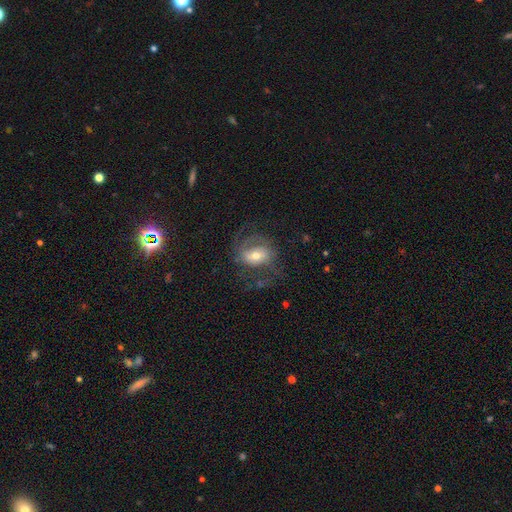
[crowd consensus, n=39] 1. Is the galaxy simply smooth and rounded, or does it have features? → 74% featured or disk, 21% smooth, 5% star or artifact.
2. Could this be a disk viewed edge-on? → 100% no, 0% yes.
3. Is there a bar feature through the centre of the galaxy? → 48% weak, 28% strong, 24% no.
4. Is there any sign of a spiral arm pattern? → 79% yes, 21% no.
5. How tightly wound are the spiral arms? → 52% medium, 43% loose, 4% tight.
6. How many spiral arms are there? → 43% 2, 35% can't tell, 13% 3, 9% 1, 0% 4, 0% more than 4.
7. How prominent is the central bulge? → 62% moderate, 24% small, 10% large, 3% dominant, 0% none.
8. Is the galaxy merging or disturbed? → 35% minor disturbance, 32% major disturbance, 30% none, 3% merger.